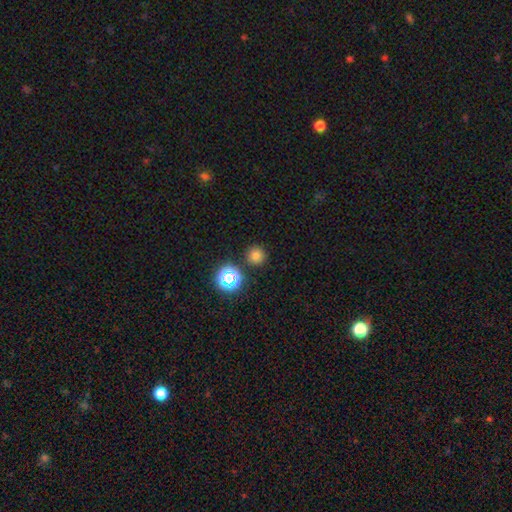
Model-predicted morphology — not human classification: smooth-or-featured: smooth: 75% | star or artifact: 20% | featured or disk: 6%
  how-rounded: round: 95% | in between: 4% | cigar-shaped: 1%
  merging: none: 89% | minor disturbance: 6% | merger: 3% | major disturbance: 2%